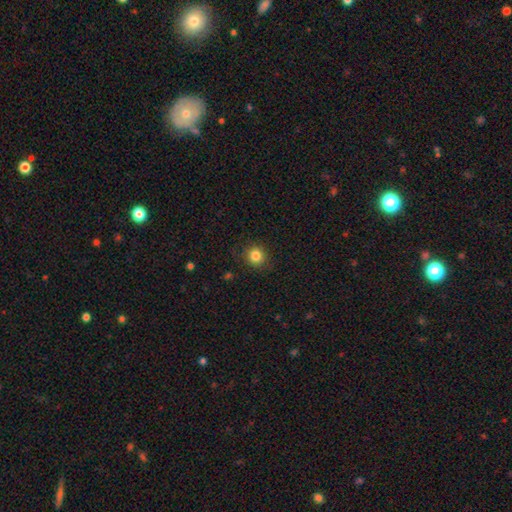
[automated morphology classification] Smooth or featured: smooth — 83% (star or artifact — 11%)
How rounded: round — 89% (in between — 10%)
Merging: none — 88% (minor disturbance — 8%)